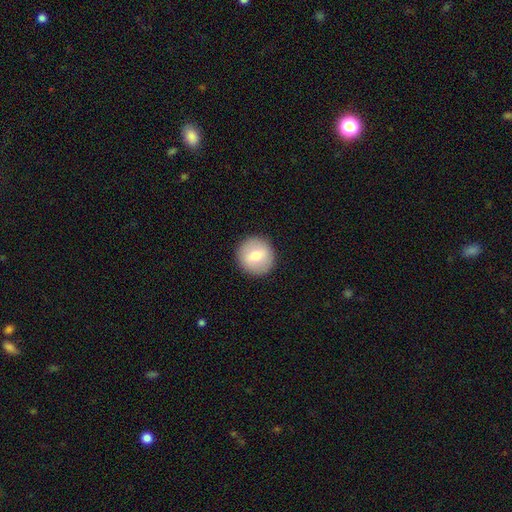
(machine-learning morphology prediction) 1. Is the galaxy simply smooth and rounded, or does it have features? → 68% smooth, 24% featured or disk, 7% star or artifact.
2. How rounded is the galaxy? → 94% round, 5% in between, 1% cigar-shaped.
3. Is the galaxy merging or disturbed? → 91% none, 6% minor disturbance, 2% major disturbance, 1% merger.